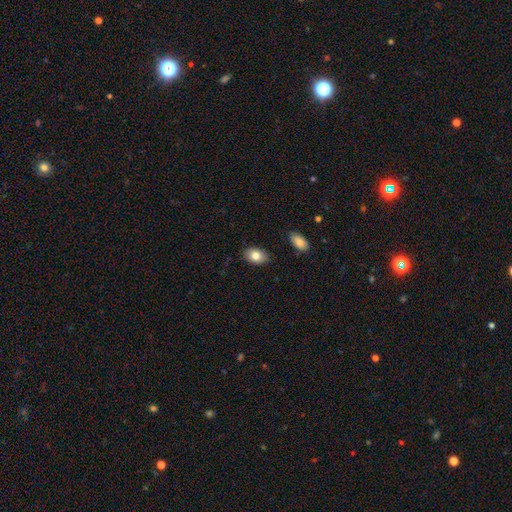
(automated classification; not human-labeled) smooth_or_featured: smooth (p=0.82) [alt: featured or disk p=0.11]
how_rounded: in between (p=0.87) [alt: round p=0.12]
merging: none (p=0.86) [alt: minor disturbance p=0.10]